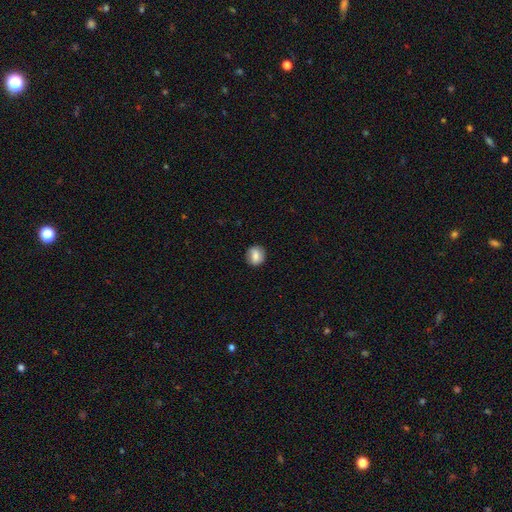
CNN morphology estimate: Smooth or featured? smooth (79%)
How rounded? round (85%)
Merging? none (87%)